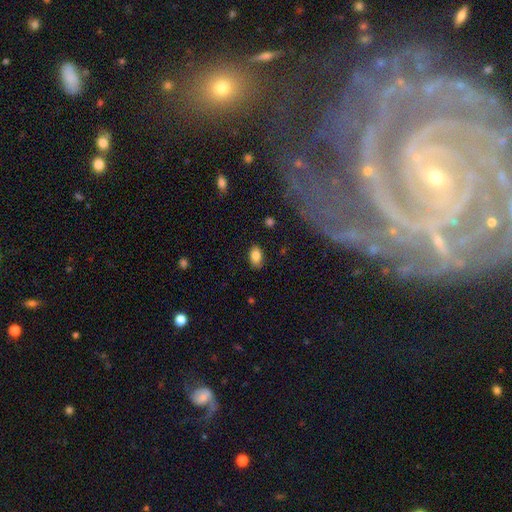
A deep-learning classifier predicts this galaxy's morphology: A smooth galaxy with no disk features (85%) that is in between round and cigar-shaped (89%). Merging: none (83%).